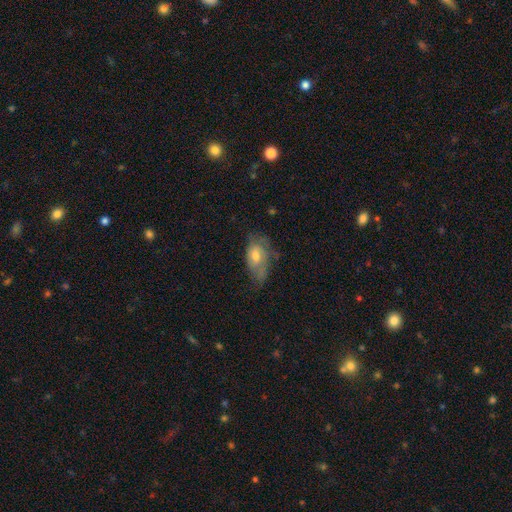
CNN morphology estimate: This appears to be a smooth galaxy with no disk features (54%) that is in between round and cigar-shaped (88%). Merging: none (42%).